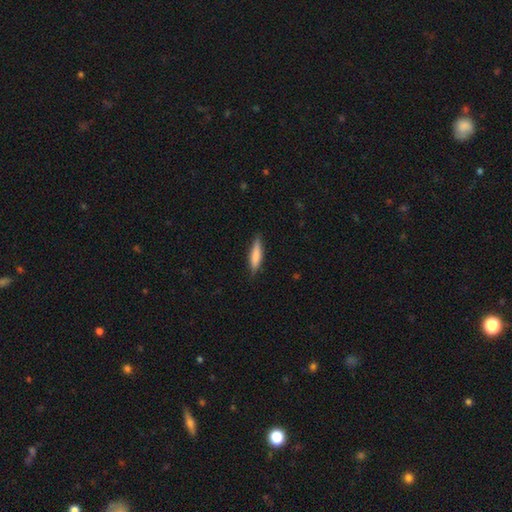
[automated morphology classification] A smooth galaxy with no disk features (75%) that is cigar-shaped (77%).

Vote fractions:
- Smooth or featured? smooth: 75% / featured or disk: 19% / star or artifact: 6%
- How rounded? cigar-shaped: 77% / in between: 21% / round: 2%
- Merging? none: 84% / minor disturbance: 12% / major disturbance: 2% / merger: 1%